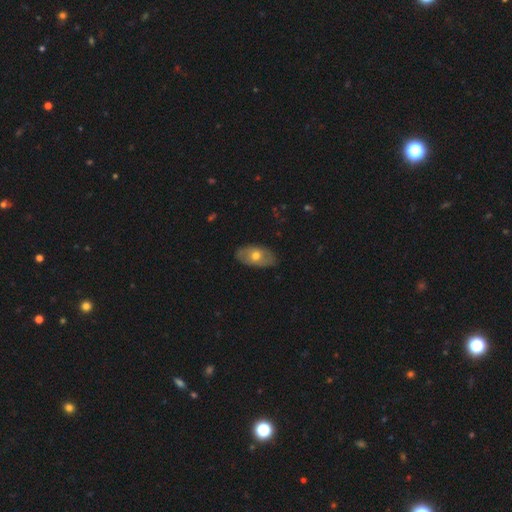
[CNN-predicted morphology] Q: Smooth or featured?
A: smooth (55%); runner-up: featured or disk (39%)
Q: How rounded?
A: in between (91%); runner-up: round (6%)
Q: Merging?
A: none (82%); runner-up: minor disturbance (15%)